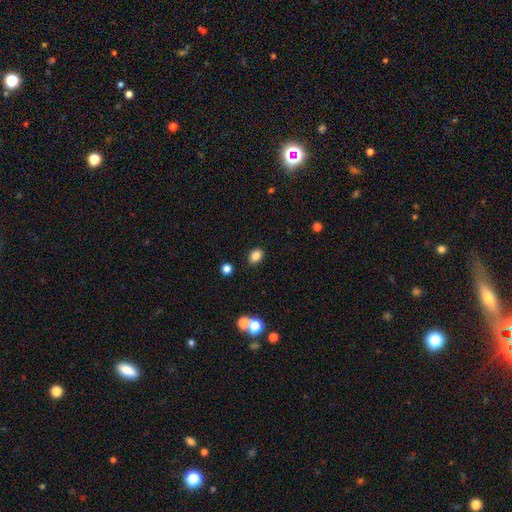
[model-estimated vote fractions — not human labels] The model was most divided on "how rounded": in between: 63%, round: 36%, cigar-shaped: 1%. More confident: merging — none (87%); smooth or featured — smooth (84%).